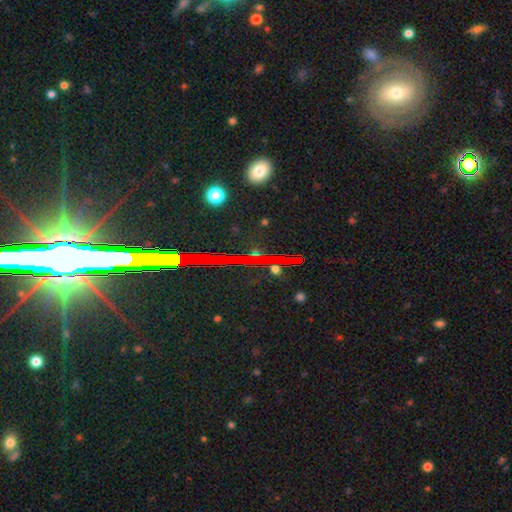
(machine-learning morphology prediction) This appears to be a star or artifact, not a galaxy (72%).